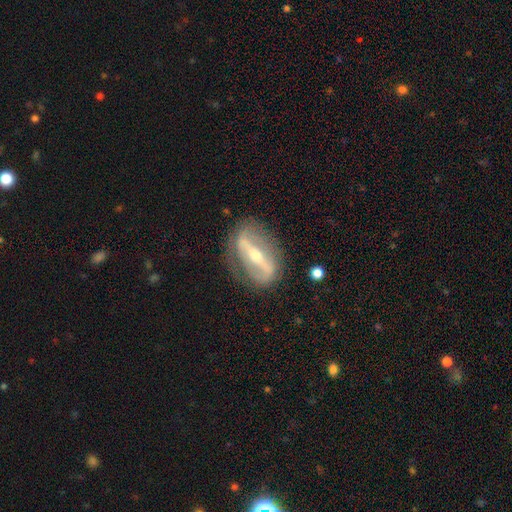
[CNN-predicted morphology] This is clearly a featured or disk galaxy (81%). It is likely not viewed edge-on (76%). Bar: clearly strong (82%). Spiral arm pattern: possibly no (51%). Central bulge: possibly moderate (54%). Merging: likely none (78%).